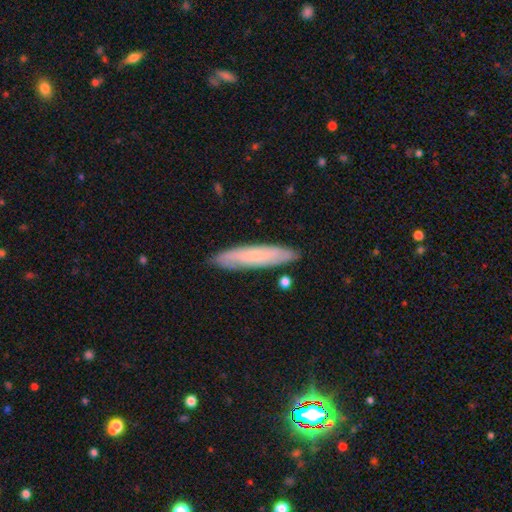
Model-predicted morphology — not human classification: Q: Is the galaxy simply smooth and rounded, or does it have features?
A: smooth — 60%.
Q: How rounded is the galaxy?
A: cigar-shaped — 86%.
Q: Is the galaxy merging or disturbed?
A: none — 86%.